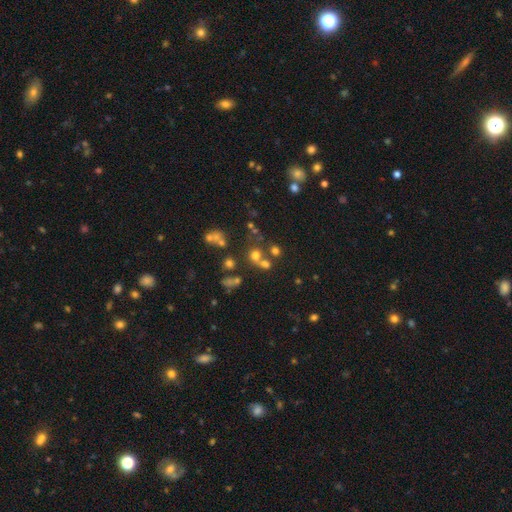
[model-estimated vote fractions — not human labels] Smooth or featured? smooth (59%)
How rounded? round (82%)
Merging? none (52%)